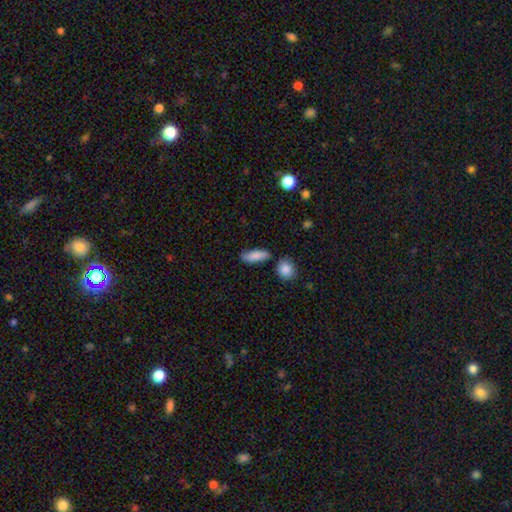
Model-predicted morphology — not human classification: Smooth or featured? smooth (84%)
How rounded? in between (70%)
Merging? none (75%)